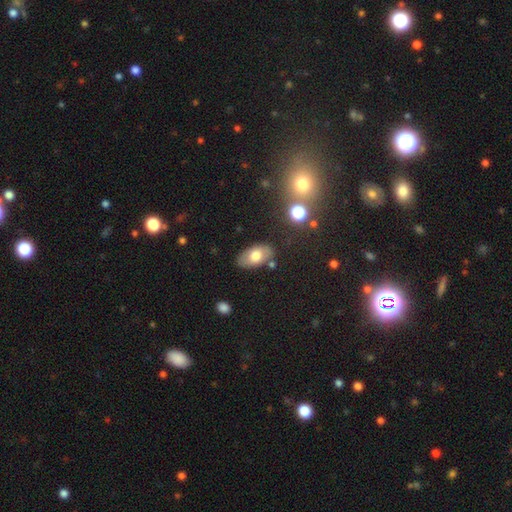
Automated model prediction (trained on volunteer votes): This appears to be a smooth galaxy with no disk features (69%) that is in between round and cigar-shaped (93%). Merging: none (79%).